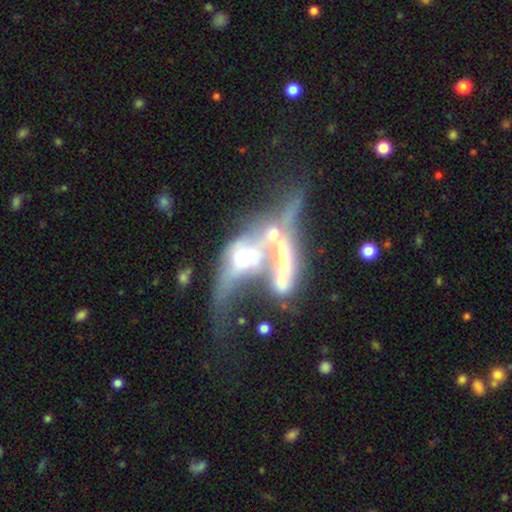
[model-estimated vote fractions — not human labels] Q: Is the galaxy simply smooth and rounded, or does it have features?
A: featured or disk — 69%.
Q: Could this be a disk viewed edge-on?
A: no — 71%.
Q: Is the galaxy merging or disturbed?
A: merger — 71%.